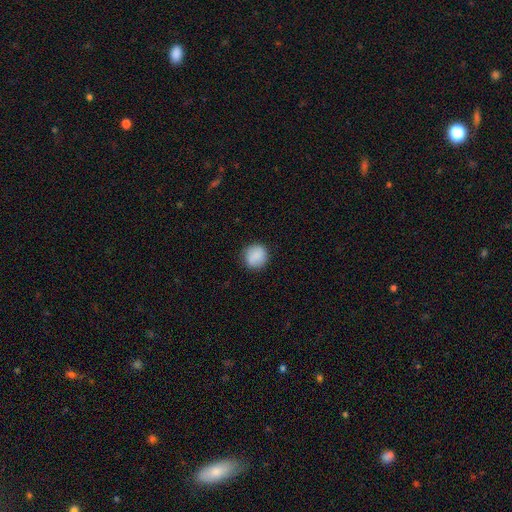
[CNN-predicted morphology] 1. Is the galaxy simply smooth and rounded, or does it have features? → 86% smooth, 8% star or artifact, 6% featured or disk.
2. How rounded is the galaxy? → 88% round, 11% in between, 1% cigar-shaped.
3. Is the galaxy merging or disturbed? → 87% none, 9% minor disturbance, 3% major disturbance, 1% merger.